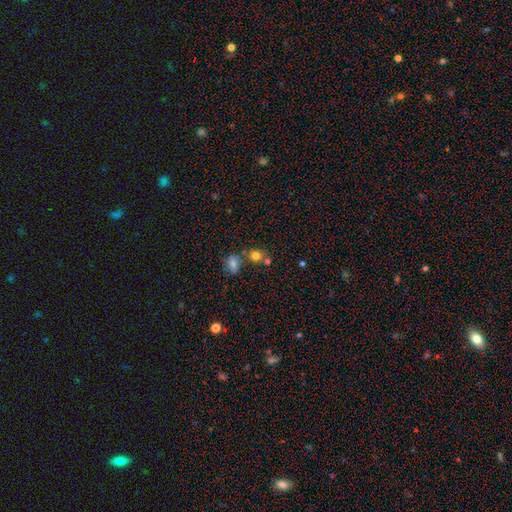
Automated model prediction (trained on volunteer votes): The model was most divided on "merging": none: 57%, merger: 27%, minor disturbance: 11%, major disturbance: 4%. More confident: smooth or featured — smooth (77%); how rounded — round (72%).